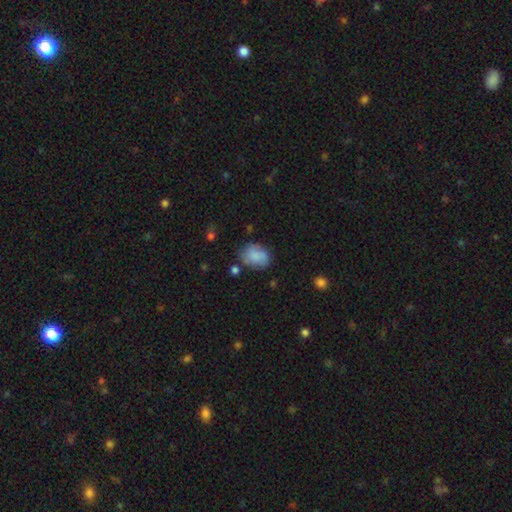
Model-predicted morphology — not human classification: A smooth galaxy with no disk features (81%) that is in between round and cigar-shaped (69%).

Vote fractions:
- Smooth or featured? smooth: 81% / featured or disk: 11% / star or artifact: 8%
- How rounded? in between: 69% / round: 30% / cigar-shaped: 1%
- Merging? none: 62% / minor disturbance: 24% / major disturbance: 8% / merger: 5%